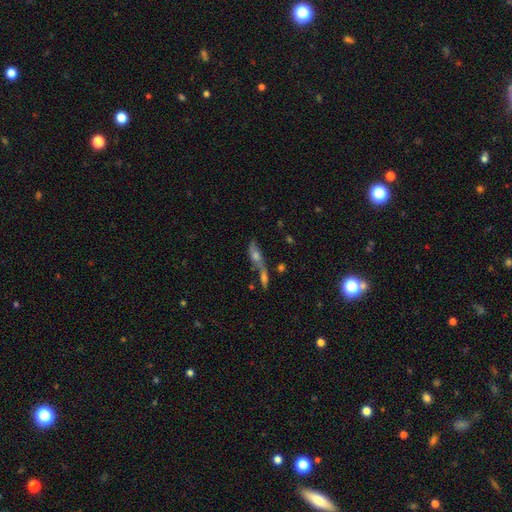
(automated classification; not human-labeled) This is marginally a featured or disk galaxy (44%). Merging: possibly merger (50%).